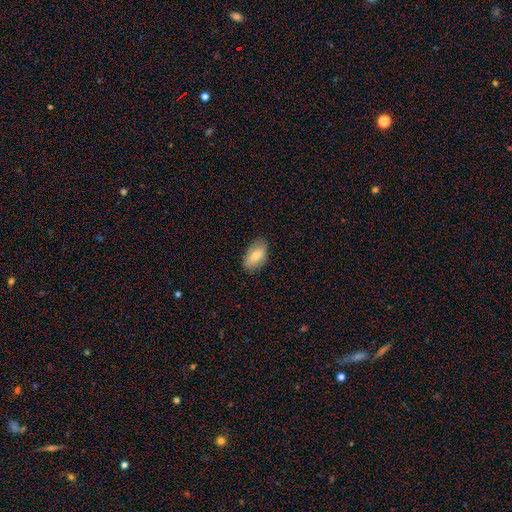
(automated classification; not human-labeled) Q: Smooth or featured?
A: smooth (69%); runner-up: featured or disk (23%)
Q: How rounded?
A: in between (91%); runner-up: round (5%)
Q: Merging?
A: none (81%); runner-up: minor disturbance (15%)